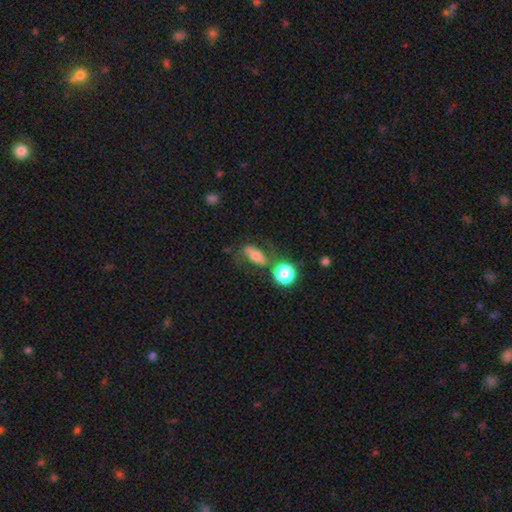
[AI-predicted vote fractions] Smooth or featured? Predicted: smooth (p=0.49). Merging? Predicted: none (p=0.54).